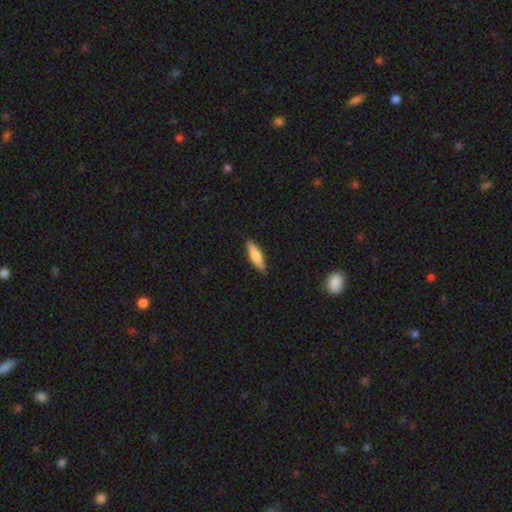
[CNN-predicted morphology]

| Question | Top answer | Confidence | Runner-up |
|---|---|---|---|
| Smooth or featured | smooth | 70% | featured or disk (23%) |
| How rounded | cigar-shaped | 70% | in between (28%) |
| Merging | none | 87% | minor disturbance (10%) |